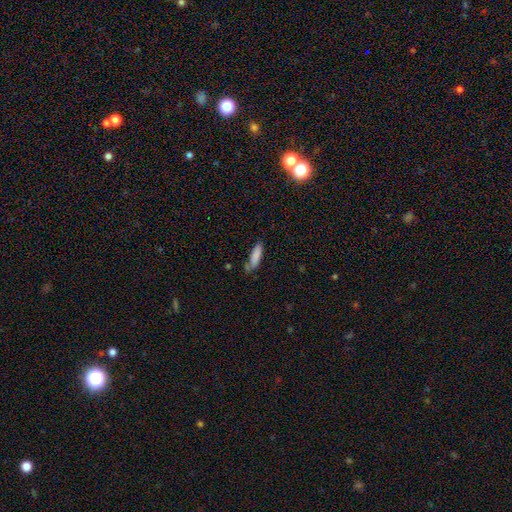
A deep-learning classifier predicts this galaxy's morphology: smooth 83%, featured or disk 10%, star or artifact 7%. Down the decision tree: how rounded — cigar-shaped (64%); merging — none (66%).